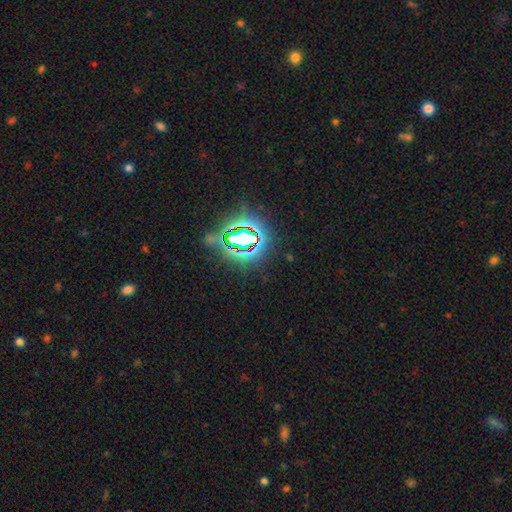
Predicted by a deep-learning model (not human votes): Overall: star or artifact (82%).